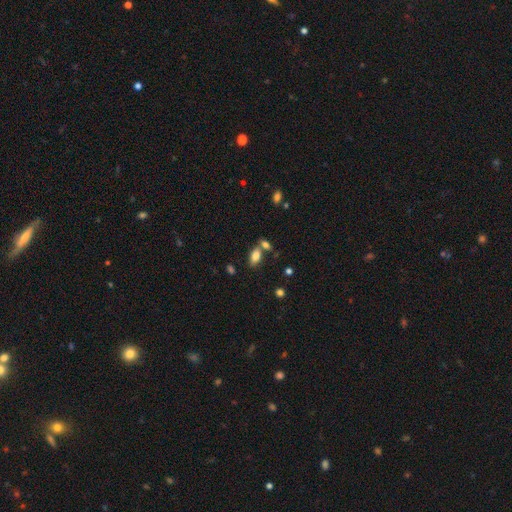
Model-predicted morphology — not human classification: This is clearly a smooth galaxy (81%). How rounded: clearly in between (90%). Merging: possibly none (59%).